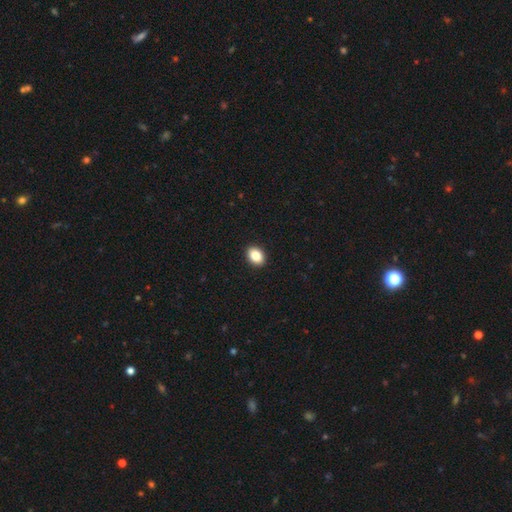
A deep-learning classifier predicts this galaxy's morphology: smooth 86%, star or artifact 8%, featured or disk 5%. Down the decision tree: how rounded — in between (74%); merging — none (92%).